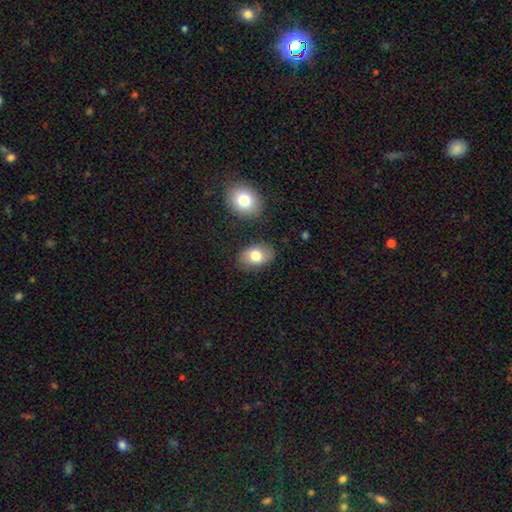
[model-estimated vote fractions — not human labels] Smooth or featured?
  - smooth: 78% *
  - featured or disk: 13%
  - star or artifact: 8%
How rounded?
  - in between: 80% *
  - round: 19%
  - cigar-shaped: 1%
Merging?
  - none: 80% *
  - minor disturbance: 12%
  - merger: 4%
  - major disturbance: 3%